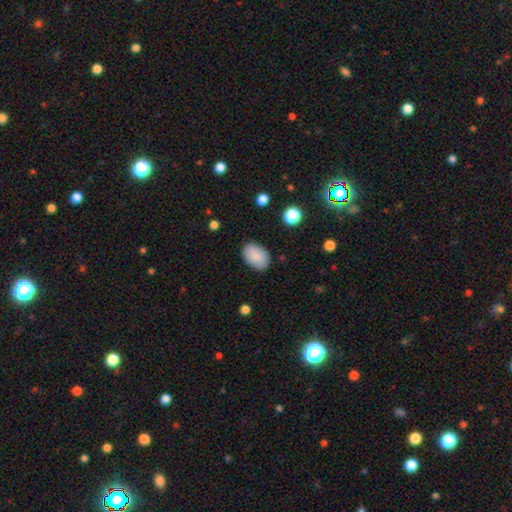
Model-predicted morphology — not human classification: Smooth or featured: smooth — 89% (star or artifact — 7%)
How rounded: in between — 87% (round — 12%)
Merging: none — 85% (minor disturbance — 11%)